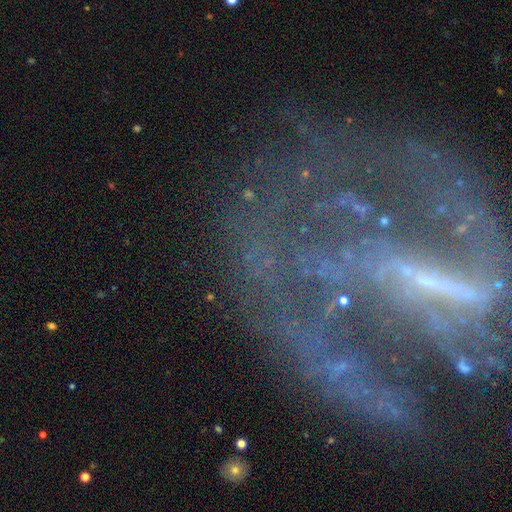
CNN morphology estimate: This is clearly a featured or disk galaxy (80%). It is clearly not viewed edge-on (94%). Bar: possibly strong (50%). Spiral arm pattern: likely yes (74%). Spiral arm count: possibly 2 (51%). Spiral winding: marginally loose (44%). Central bulge: marginally small (44%). Merging: possibly none (49%).